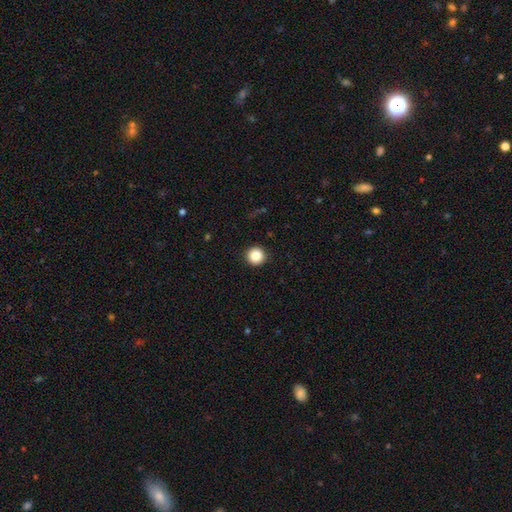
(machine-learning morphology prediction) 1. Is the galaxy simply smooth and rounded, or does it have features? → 86% smooth, 10% star or artifact, 4% featured or disk.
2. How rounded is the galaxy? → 96% round, 3% in between, 1% cigar-shaped.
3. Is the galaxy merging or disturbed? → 93% none, 5% minor disturbance, 2% major disturbance, 1% merger.